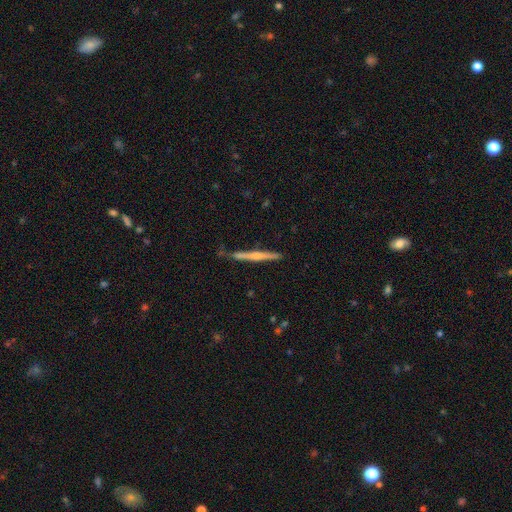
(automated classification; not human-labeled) Q: Smooth or featured?
A: featured or disk (60%); runner-up: smooth (34%)
Q: Edge-on disk?
A: yes (97%); runner-up: no (3%)
Q: Edge-on bulge?
A: rounded (56%); runner-up: none (37%)
Q: Merging?
A: none (80%); runner-up: minor disturbance (15%)